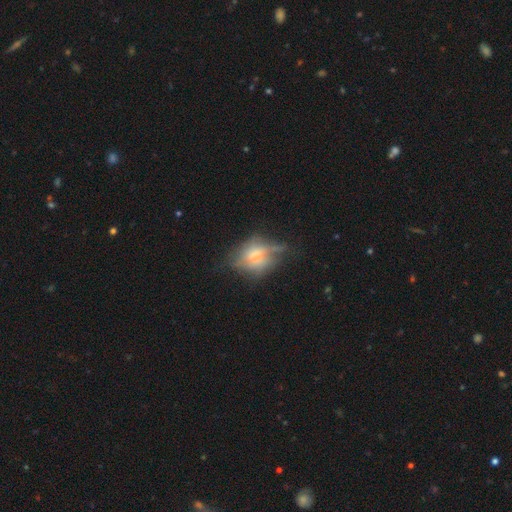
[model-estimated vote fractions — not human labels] Q: Smooth or featured?
A: smooth (51%); runner-up: featured or disk (38%)
Q: How rounded?
A: in between (60%); runner-up: round (37%)
Q: Merging?
A: none (41%); runner-up: minor disturbance (31%)